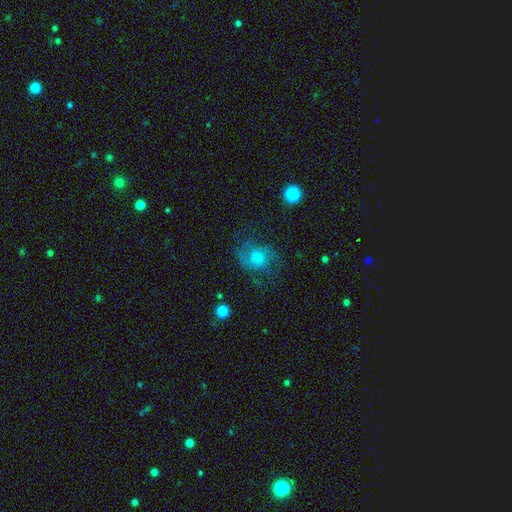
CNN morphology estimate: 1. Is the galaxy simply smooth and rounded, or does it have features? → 58% featured or disk, 26% smooth, 16% star or artifact.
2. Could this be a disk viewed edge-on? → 97% no, 3% yes.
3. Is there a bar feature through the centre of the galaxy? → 70% no, 26% weak, 4% strong.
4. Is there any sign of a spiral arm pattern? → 86% yes, 14% no.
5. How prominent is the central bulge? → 39% moderate, 26% small, 17% large, 16% none, 3% dominant.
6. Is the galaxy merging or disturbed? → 63% none, 19% minor disturbance, 17% major disturbance, 2% merger.